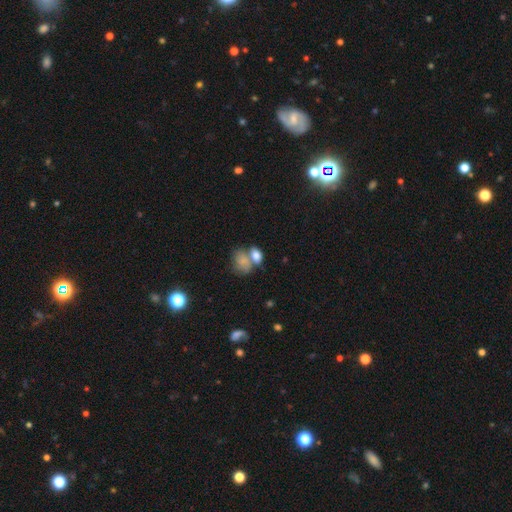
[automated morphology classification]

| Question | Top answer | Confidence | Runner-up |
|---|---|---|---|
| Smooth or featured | smooth | 77% | featured or disk (14%) |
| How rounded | in between | 76% | round (22%) |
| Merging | merger | 50% | none (30%) |